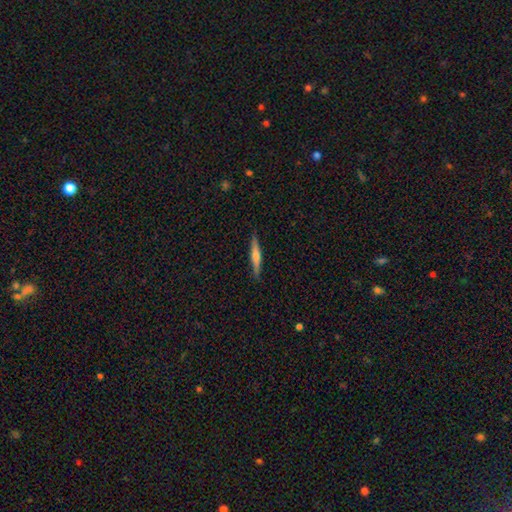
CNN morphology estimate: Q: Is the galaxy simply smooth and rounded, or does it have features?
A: featured or disk — 60%.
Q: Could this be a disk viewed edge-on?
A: yes — 97%.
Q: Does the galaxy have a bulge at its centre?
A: rounded — 78%.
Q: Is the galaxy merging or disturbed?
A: none — 91%.